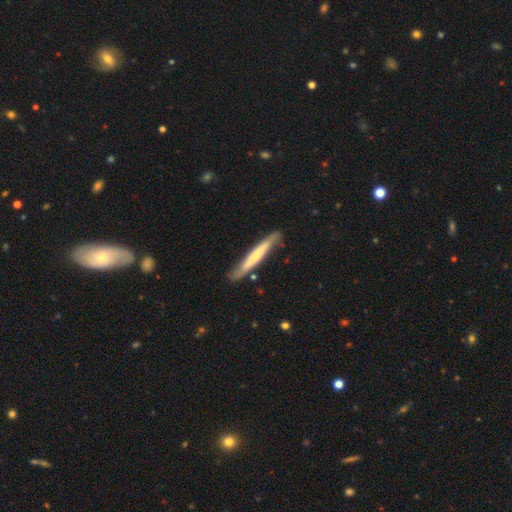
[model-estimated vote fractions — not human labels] smooth-or-featured: smooth: 49% | featured or disk: 46% | star or artifact: 5%
  merging: none: 78% | minor disturbance: 17% | major disturbance: 3% | merger: 3%